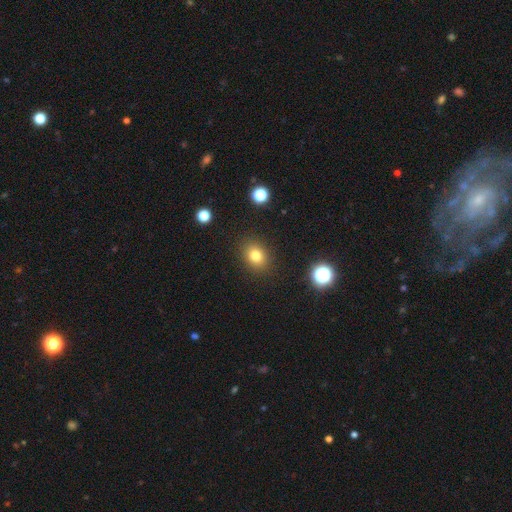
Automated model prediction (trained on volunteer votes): This appears to be a smooth galaxy with no disk features (80%) that is in between round and cigar-shaped (52%). Merging: none (88%).